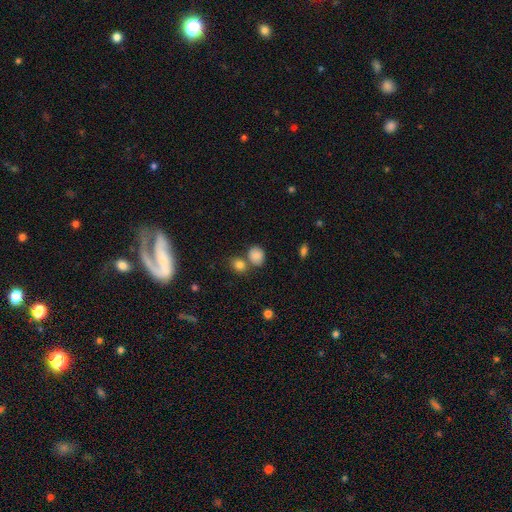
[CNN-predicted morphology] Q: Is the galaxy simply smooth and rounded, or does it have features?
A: smooth — 84%.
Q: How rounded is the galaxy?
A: round — 56%.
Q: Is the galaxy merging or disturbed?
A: none — 58%.